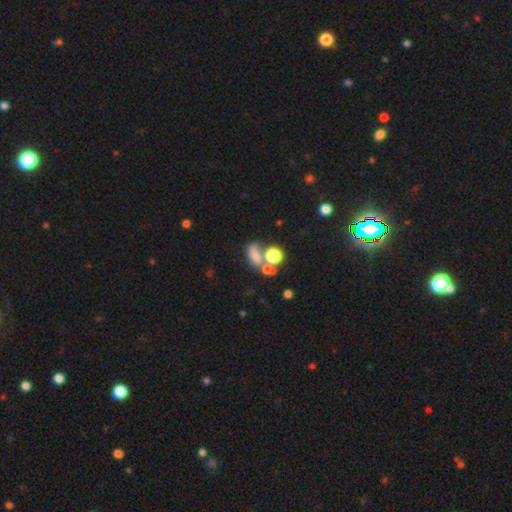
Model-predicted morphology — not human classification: smooth 63%, star or artifact 23%, featured or disk 14%. Down the decision tree: how rounded — in between (65%); merging — none (40%).